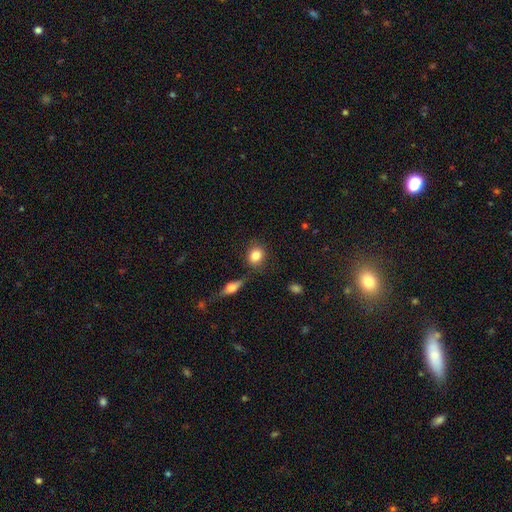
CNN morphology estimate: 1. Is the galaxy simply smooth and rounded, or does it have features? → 83% smooth, 8% featured or disk, 8% star or artifact.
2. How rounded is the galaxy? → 59% round, 39% in between, 2% cigar-shaped.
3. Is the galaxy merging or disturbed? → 77% none, 13% minor disturbance, 7% merger, 4% major disturbance.